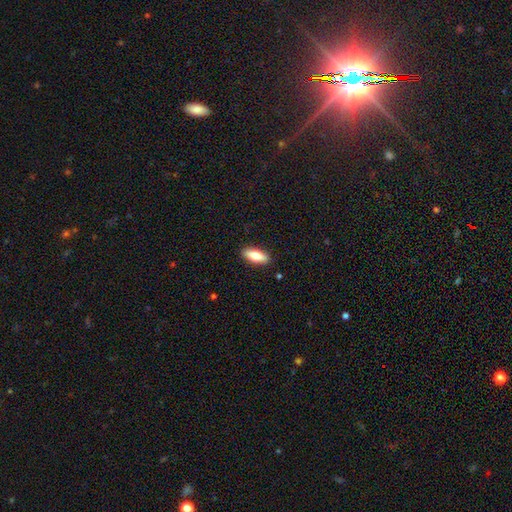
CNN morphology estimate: Smooth or featured? Predicted: smooth (p=0.72). How rounded? Predicted: in between (p=0.73). Merging? Predicted: none (p=0.89).